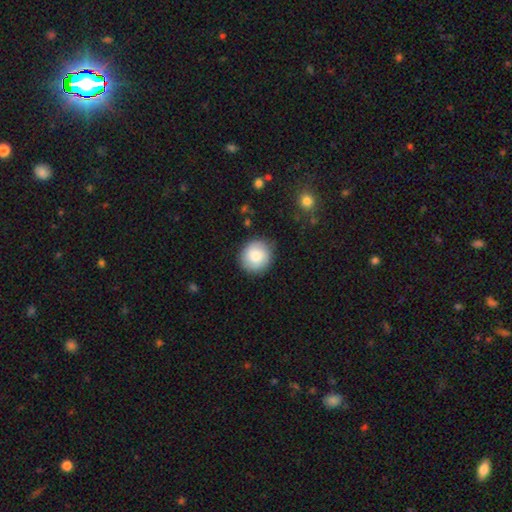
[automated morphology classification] smooth 79%, featured or disk 15%, star or artifact 7%. Down the decision tree: how rounded — round (89%); merging — none (86%).